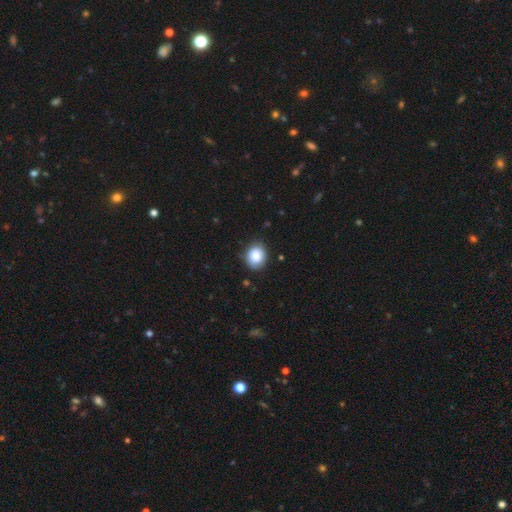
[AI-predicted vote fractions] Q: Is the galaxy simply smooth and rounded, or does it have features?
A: smooth — 86%.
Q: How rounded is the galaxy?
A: round — 66%.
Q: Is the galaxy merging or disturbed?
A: none — 79%.